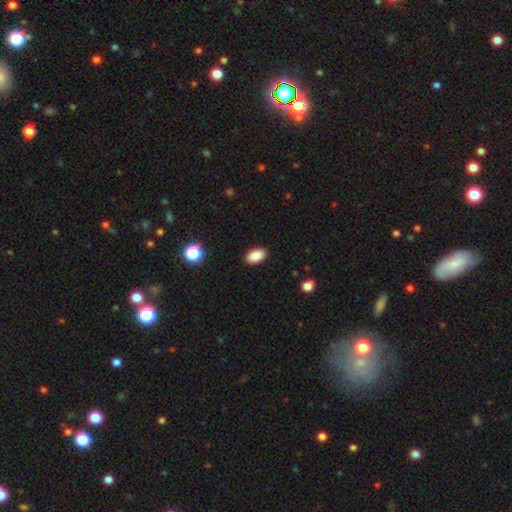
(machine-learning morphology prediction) type=smooth (88%); roundness=in between (93%); merging=none (89%).